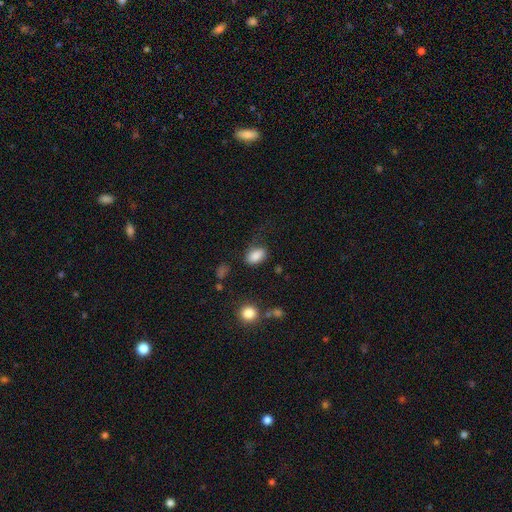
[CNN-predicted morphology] This is clearly a smooth galaxy (85%). How rounded: clearly in between (87%). Merging: likely none (63%).